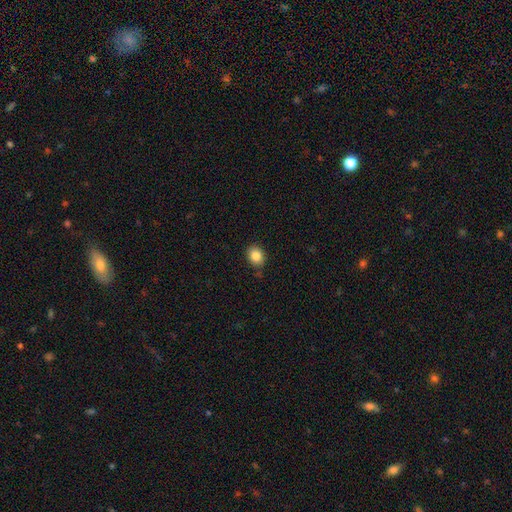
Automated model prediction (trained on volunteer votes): Morphology: type=smooth (85%); roundness=round (56%); merging=none (83%).